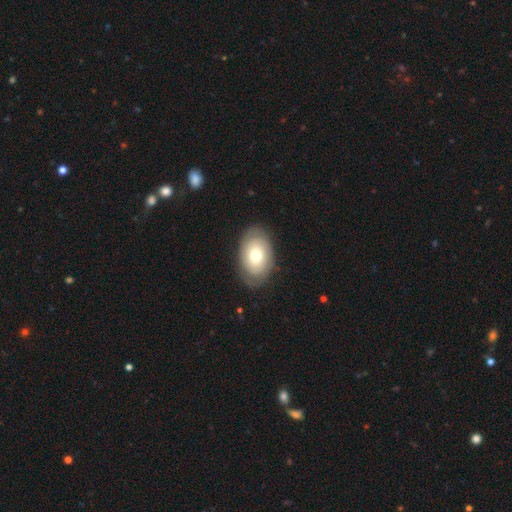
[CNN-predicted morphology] The model was most divided on "smooth or featured": smooth: 61%, featured or disk: 32%, star or artifact: 7%. More confident: how rounded — in between (84%); merging — none (81%).